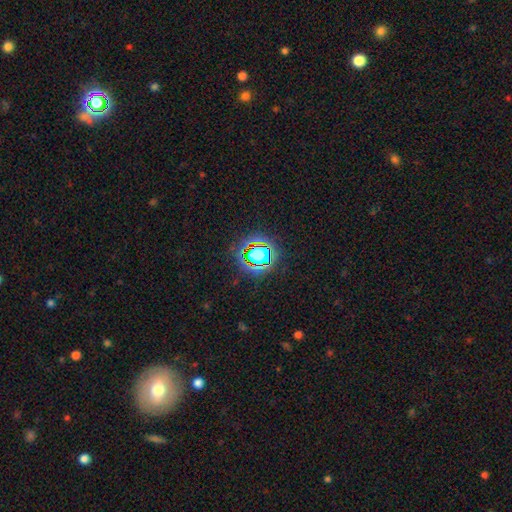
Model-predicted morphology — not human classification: Smooth or featured: star or artifact — 76% (smooth — 15%)